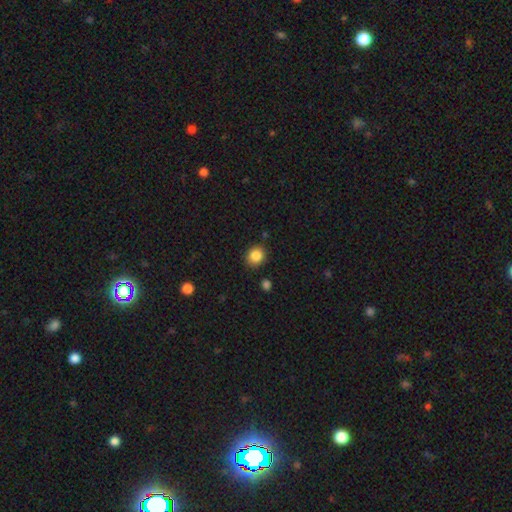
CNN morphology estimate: The model was most divided on "how rounded": round: 75%, in between: 24%, cigar-shaped: 1%. More confident: merging — none (86%); smooth or featured — smooth (86%).